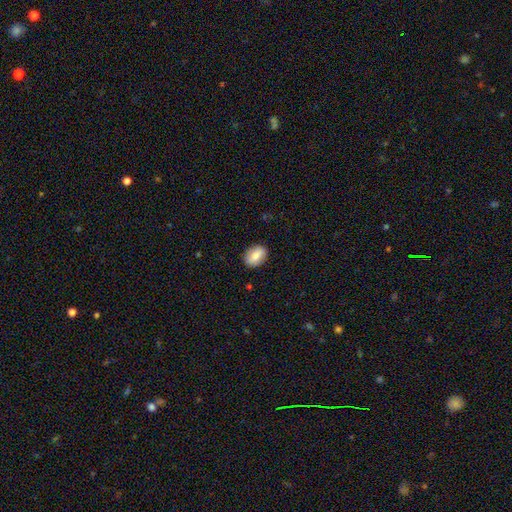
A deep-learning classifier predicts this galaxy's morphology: This is likely a smooth galaxy (78%). How rounded: likely in between (78%). Merging: clearly none (87%).